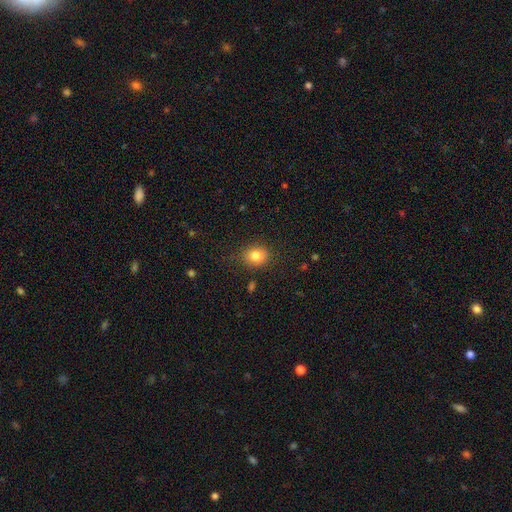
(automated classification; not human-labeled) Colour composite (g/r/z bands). It shows a smooth galaxy with no disk features (82%) that is round (63%). Merging: none (80%).